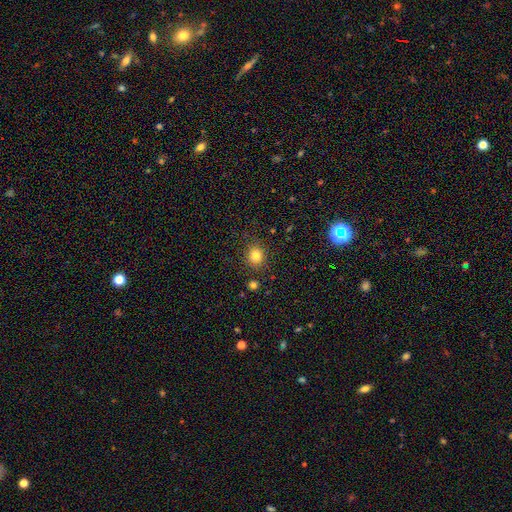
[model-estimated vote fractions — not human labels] The model was most divided on "how rounded": round: 78%, in between: 21%, cigar-shaped: 1%. More confident: merging — none (85%); smooth or featured — smooth (82%).